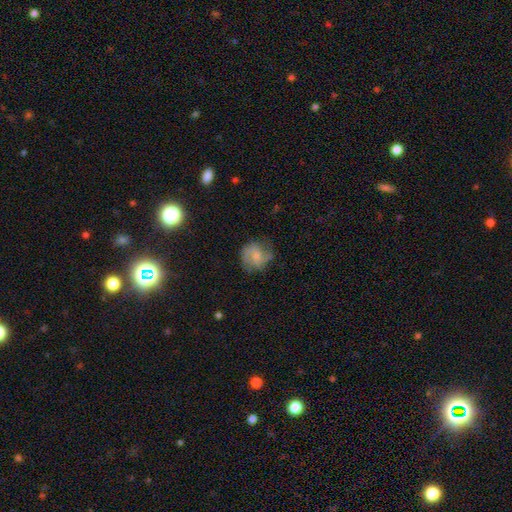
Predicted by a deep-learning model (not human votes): This is possibly a featured or disk galaxy (58%). It is clearly not viewed edge-on (98%). Bar: likely no (62%). Spiral arm pattern: clearly yes (89%). Spiral arm count: likely 2 (67%). Spiral winding: possibly medium (49%). Central bulge: possibly small (49%). Merging: likely none (68%).